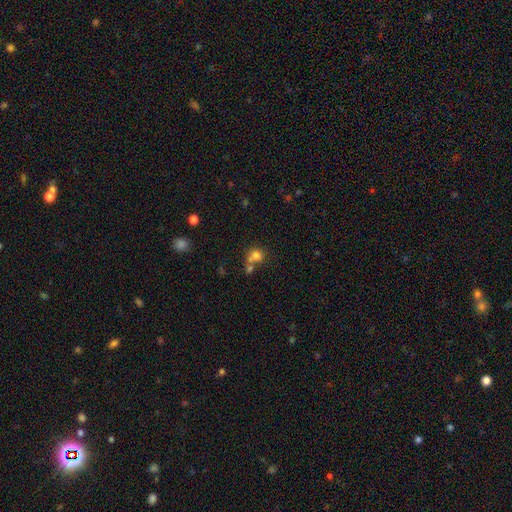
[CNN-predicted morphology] A smooth galaxy with no disk features (74%) that is round (76%).

Vote fractions:
- Smooth or featured? smooth: 74% / star or artifact: 14% / featured or disk: 12%
- How rounded? round: 76% / in between: 23% / cigar-shaped: 1%
- Merging? merger: 44% / none: 41% / minor disturbance: 10% / major disturbance: 5%